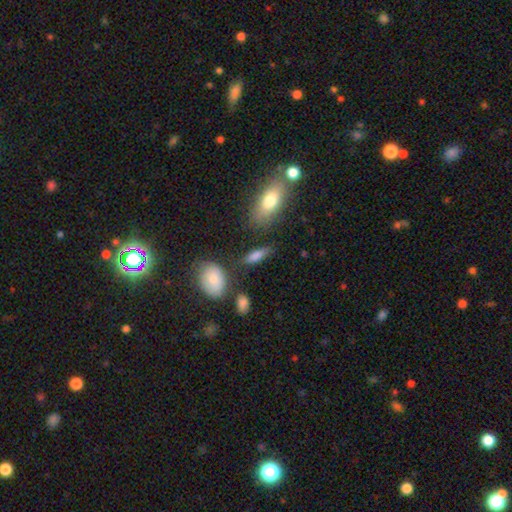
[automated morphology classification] Q: Smooth or featured?
A: smooth (74%); runner-up: featured or disk (17%)
Q: How rounded?
A: in between (52%); runner-up: cigar-shaped (43%)
Q: Merging?
A: none (71%); runner-up: minor disturbance (16%)